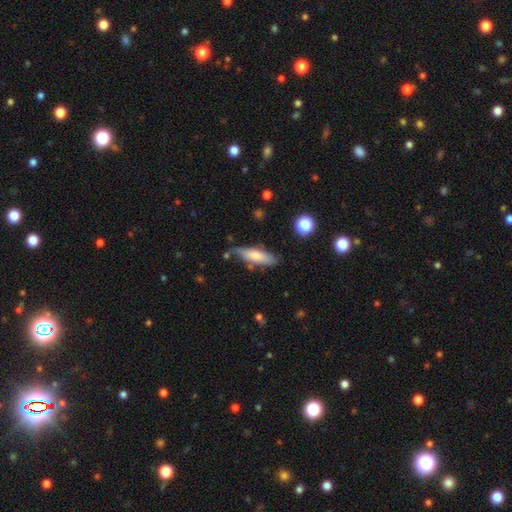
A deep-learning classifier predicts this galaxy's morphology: This appears to be a smooth galaxy with no disk features (71%) that is cigar-shaped (57%). Merging: none (64%).